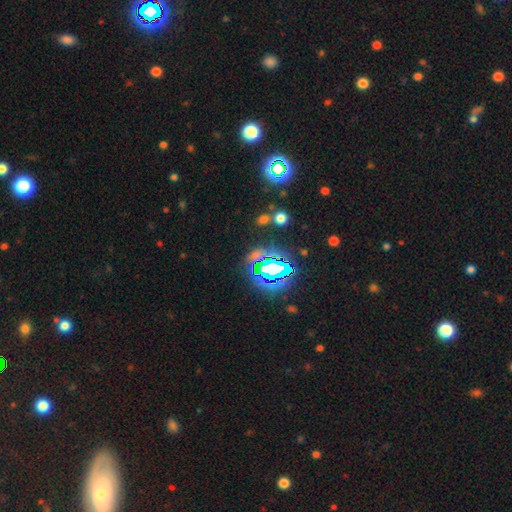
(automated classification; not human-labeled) Q: Smooth or featured?
A: star or artifact (67%); runner-up: smooth (19%)